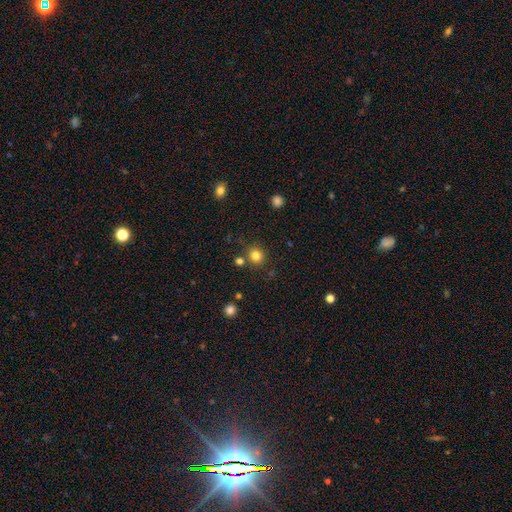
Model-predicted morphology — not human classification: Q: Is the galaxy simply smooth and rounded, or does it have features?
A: smooth — 81%.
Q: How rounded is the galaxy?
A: round — 86%.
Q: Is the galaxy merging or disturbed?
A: none — 83%.